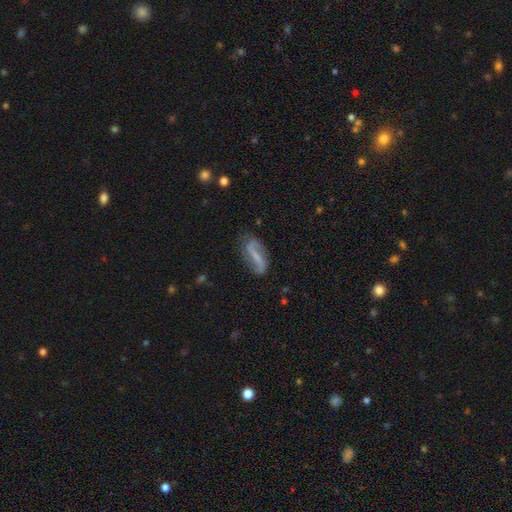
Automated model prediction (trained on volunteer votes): This is likely a featured or disk galaxy (78%). It is clearly not viewed edge-on (93%). Bar: possibly strong (50%). Spiral arm pattern: clearly yes (90%). Spiral arm count: clearly 2 (89%). Spiral winding: likely loose (70%). Central bulge: marginally small (43%). Merging: likely none (74%).